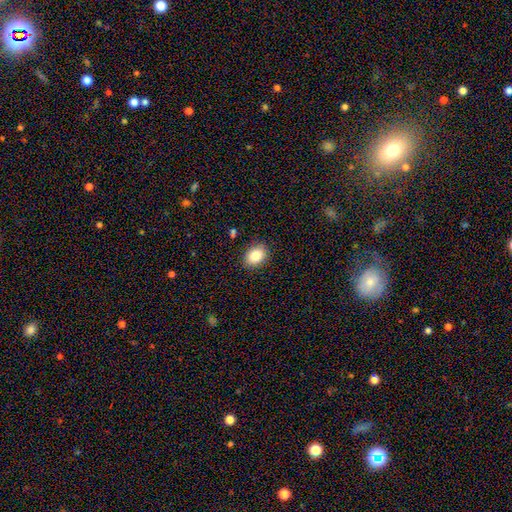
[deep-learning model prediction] Smooth or featured: smooth — 85% (star or artifact — 8%)
How rounded: in between — 68% (round — 31%)
Merging: none — 88% (minor disturbance — 9%)